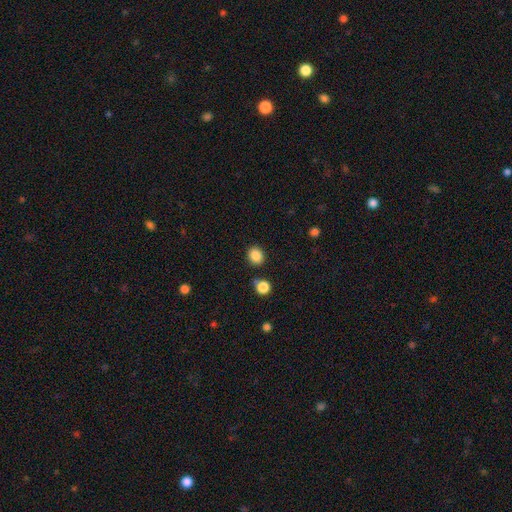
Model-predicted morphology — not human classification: This appears to be a smooth galaxy with no disk features (86%) that is round (74%). Merging: none (83%).